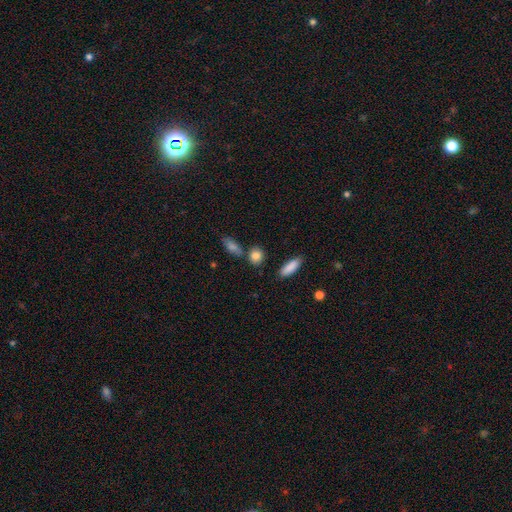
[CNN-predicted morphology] Smooth or featured? smooth (86%)
How rounded? round (56%)
Merging? none (74%)